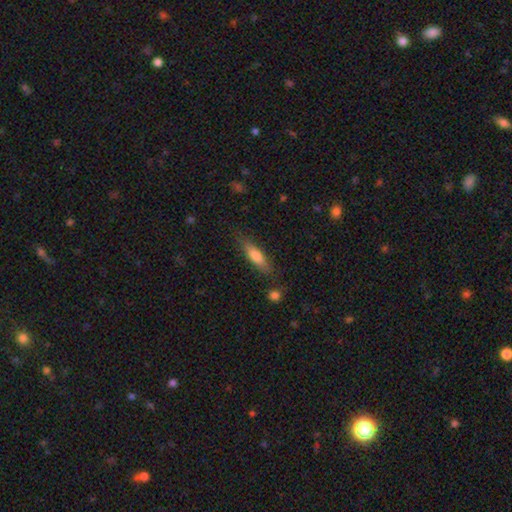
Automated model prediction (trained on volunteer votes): smooth-or-featured: smooth: 70% | featured or disk: 23% | star or artifact: 6%
  how-rounded: cigar-shaped: 67% | in between: 31% | round: 2%
  merging: none: 80% | minor disturbance: 14% | major disturbance: 3% | merger: 2%